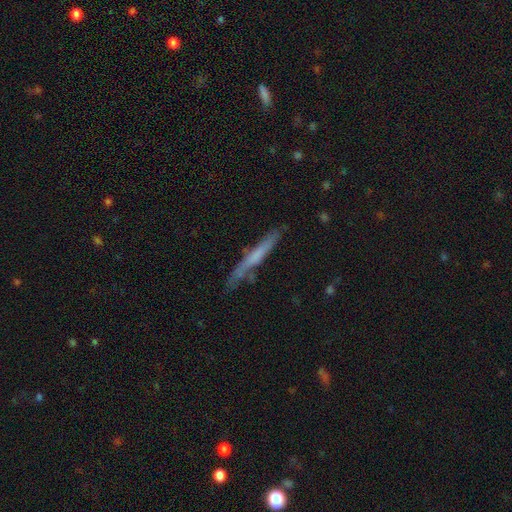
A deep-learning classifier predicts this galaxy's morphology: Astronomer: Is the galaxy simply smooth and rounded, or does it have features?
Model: smooth — 47% (runner-up: featured or disk, 46%).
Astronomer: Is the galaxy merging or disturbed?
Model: none — 68%.